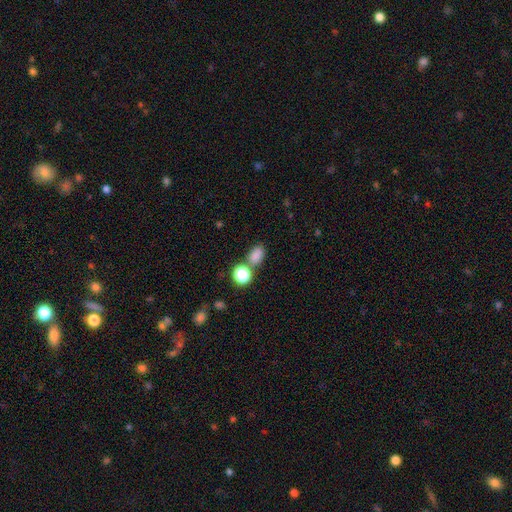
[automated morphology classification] A smooth galaxy with no disk features (82%) that is in between round and cigar-shaped (75%).

Vote fractions:
- Smooth or featured? smooth: 82% / star or artifact: 13% / featured or disk: 5%
- How rounded? in between: 75% / round: 24% / cigar-shaped: 2%
- Merging? none: 61% / merger: 23% / minor disturbance: 12% / major disturbance: 4%